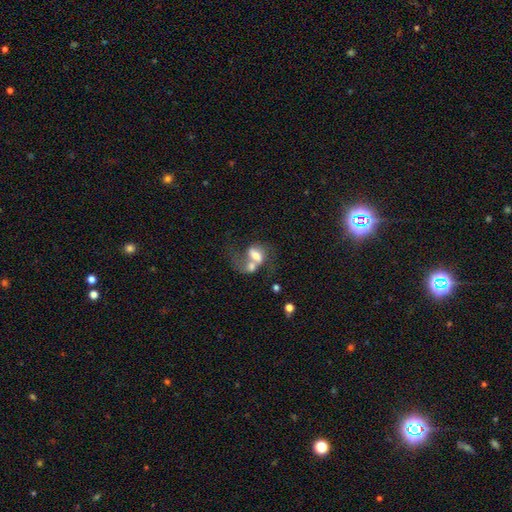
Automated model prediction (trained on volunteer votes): The model was most divided on "smooth or featured": featured or disk: 48%, smooth: 43%, star or artifact: 9%. More confident: merging — merger (67%).